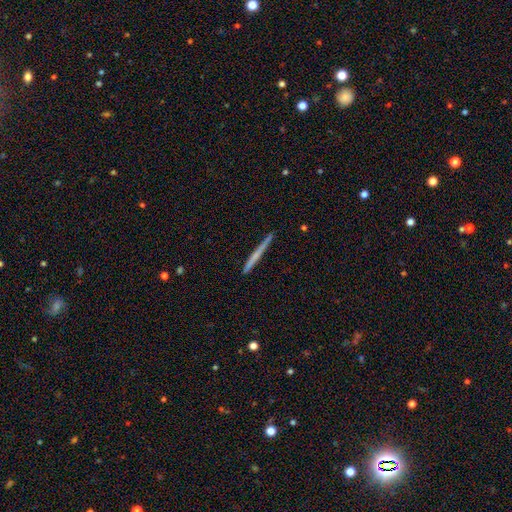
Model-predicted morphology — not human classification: The model was most divided on "smooth or featured": smooth: 49%, featured or disk: 46%, star or artifact: 6%. More confident: merging — none (90%).